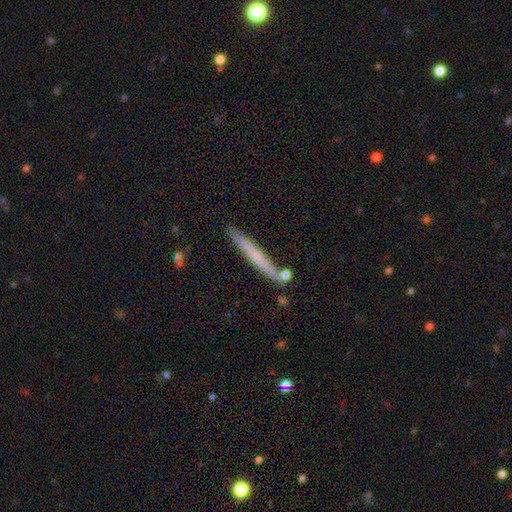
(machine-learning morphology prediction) This is possibly a smooth galaxy (55%). How rounded: clearly cigar-shaped (96%). Merging: clearly none (81%).